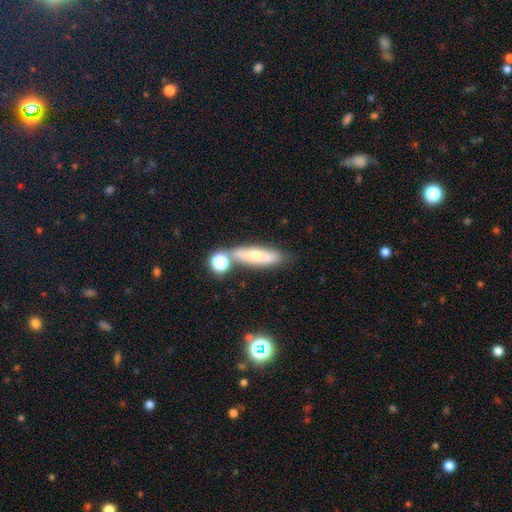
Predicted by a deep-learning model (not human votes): Morphology: type=smooth (57%); roundness=cigar-shaped (61%); merging=none (62%).